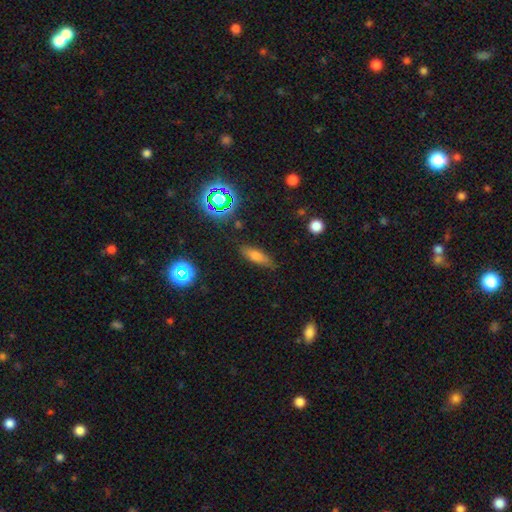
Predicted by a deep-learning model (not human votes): Smooth or featured: smooth — 68% (featured or disk — 18%)
How rounded: in between — 54% (cigar-shaped — 42%)
Merging: none — 80% (minor disturbance — 14%)